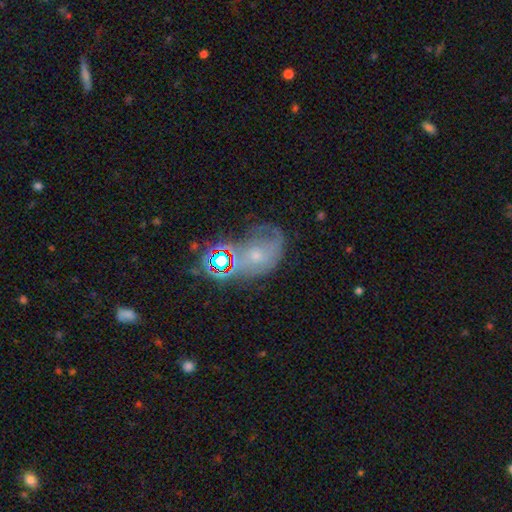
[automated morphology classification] Smooth or featured? Predicted: featured or disk (p=0.52). Edge-on disk? Predicted: no (p=0.95). Merging? Predicted: none (p=0.41).